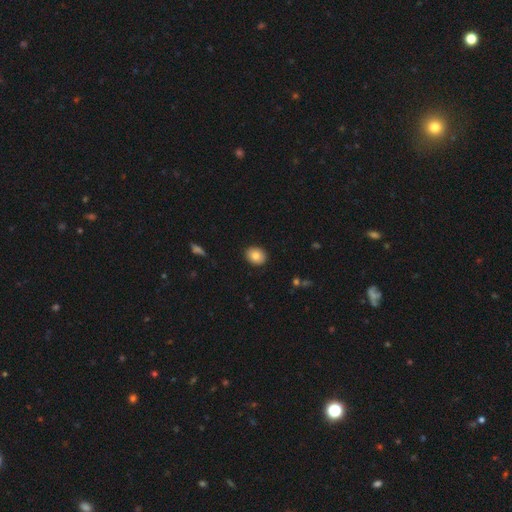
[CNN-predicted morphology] Overall: smooth (84%). How rounded: in between (50%; round 49%). Merging: none (90%).